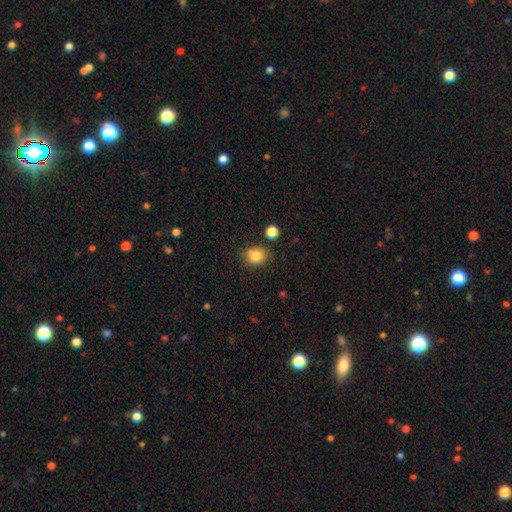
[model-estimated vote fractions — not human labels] A smooth galaxy with no disk features (83%) that is round (74%).

Vote fractions:
- Smooth or featured? smooth: 83% / star or artifact: 11% / featured or disk: 7%
- How rounded? round: 74% / in between: 25% / cigar-shaped: 1%
- Merging? none: 79% / minor disturbance: 12% / merger: 6% / major disturbance: 3%